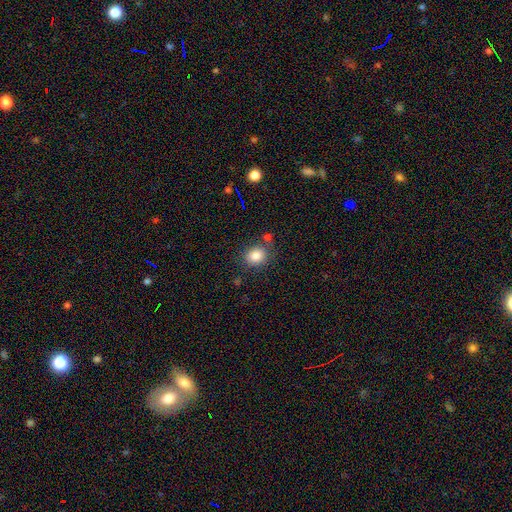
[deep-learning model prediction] A smooth galaxy with no disk features (85%) that is round (58%).

Vote fractions:
- Smooth or featured? smooth: 85% / star or artifact: 10% / featured or disk: 5%
- How rounded? round: 58% / in between: 41% / cigar-shaped: 1%
- Merging? none: 75% / minor disturbance: 13% / merger: 7% / major disturbance: 4%